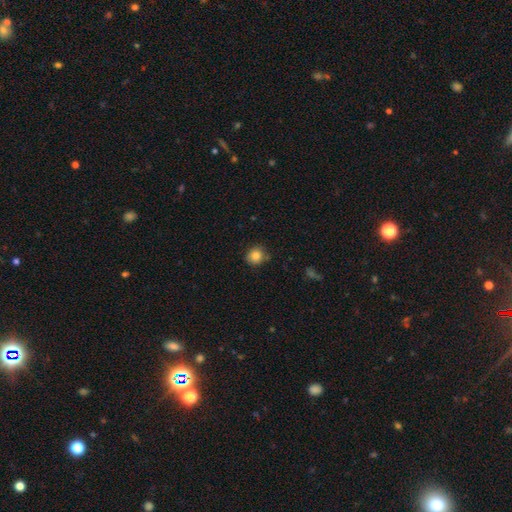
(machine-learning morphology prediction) Smooth or featured: smooth — 83% (star or artifact — 10%)
How rounded: round — 86% (in between — 13%)
Merging: none — 83% (minor disturbance — 12%)